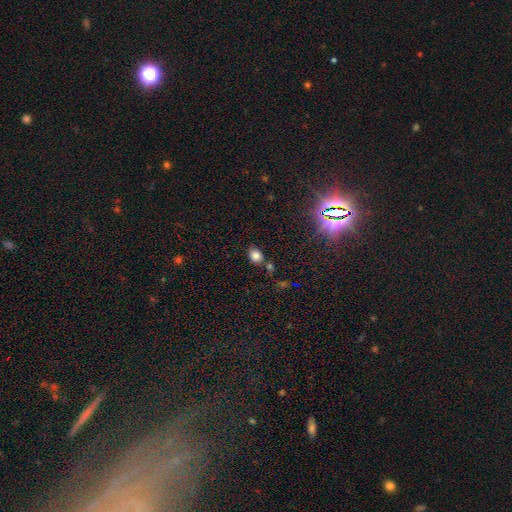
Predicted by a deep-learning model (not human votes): A smooth galaxy with no disk features (80%) that is in between round and cigar-shaped (52%). Merging: none (71%).